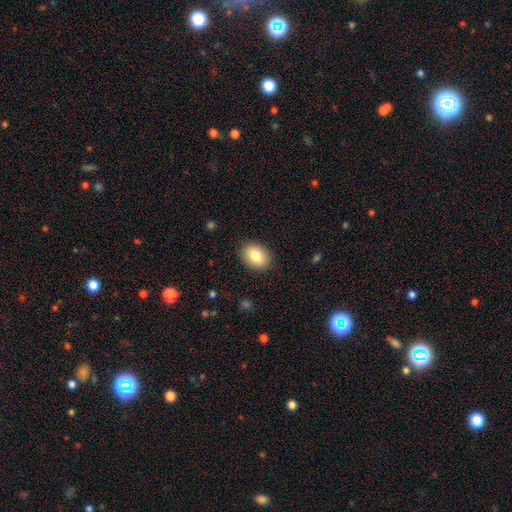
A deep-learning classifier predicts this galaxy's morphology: Smooth or featured: smooth — 81% (featured or disk — 11%)
How rounded: in between — 72% (round — 27%)
Merging: none — 87% (minor disturbance — 9%)